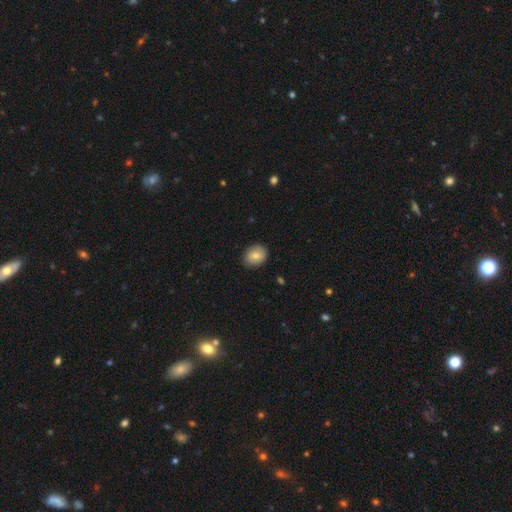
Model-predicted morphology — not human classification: A smooth galaxy with no disk features (76%) that is in between round and cigar-shaped (52%). Merging: none (86%).